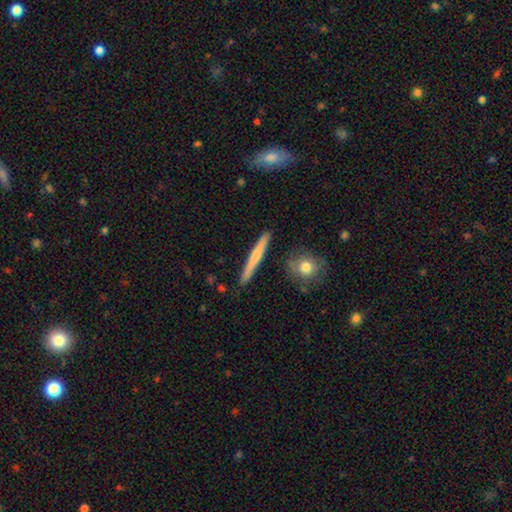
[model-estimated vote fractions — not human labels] Overall: smooth (51%; featured or disk 43%). How rounded: cigar-shaped (95%). Merging: none (90%).